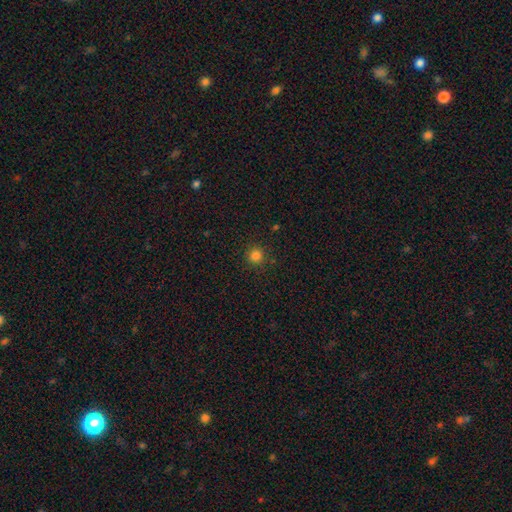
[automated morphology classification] smooth 82%, star or artifact 14%, featured or disk 4%. Down the decision tree: how rounded — round (95%); merging — none (90%).